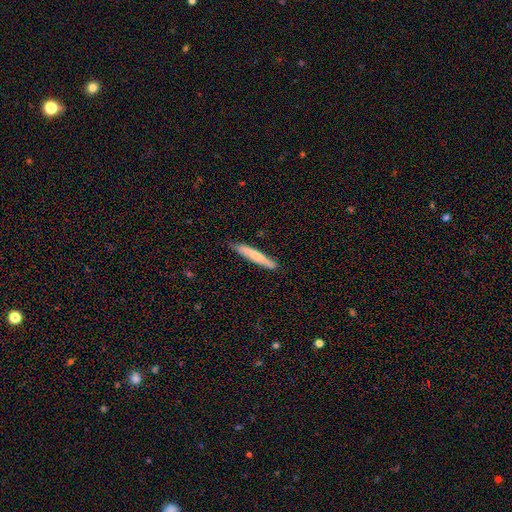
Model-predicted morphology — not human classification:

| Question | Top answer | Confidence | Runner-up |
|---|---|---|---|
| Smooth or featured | smooth | 65% | featured or disk (30%) |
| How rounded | cigar-shaped | 95% | in between (4%) |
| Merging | none | 84% | minor disturbance (13%) |